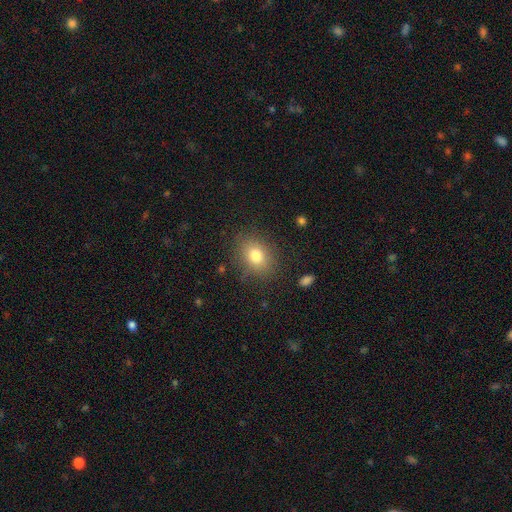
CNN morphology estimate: A smooth galaxy with no disk features (78%) that is in between round and cigar-shaped (55%). Merging: none (83%).